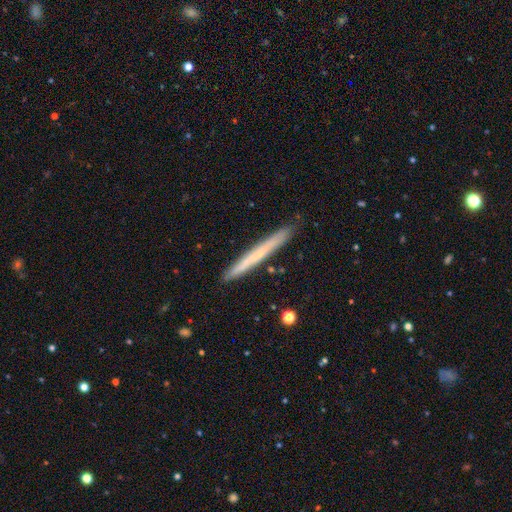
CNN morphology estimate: Smooth or featured? Predicted: smooth (p=0.57). How rounded? Predicted: cigar-shaped (p=0.97). Merging? Predicted: none (p=0.90).